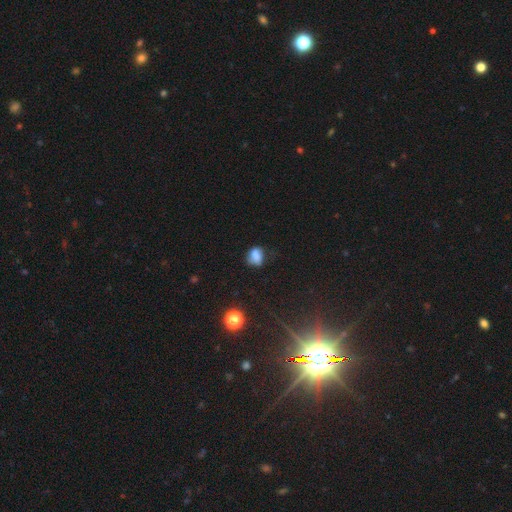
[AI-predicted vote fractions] Smooth or featured: smooth — 76% (star or artifact — 13%)
How rounded: in between — 58% (round — 41%)
Merging: none — 52% (minor disturbance — 32%)